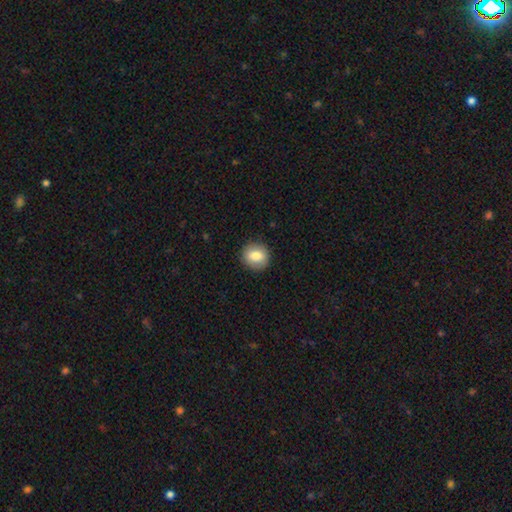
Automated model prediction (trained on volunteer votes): Q: Smooth or featured?
A: smooth (81%); runner-up: featured or disk (11%)
Q: How rounded?
A: round (85%); runner-up: in between (14%)
Q: Merging?
A: none (90%); runner-up: minor disturbance (7%)